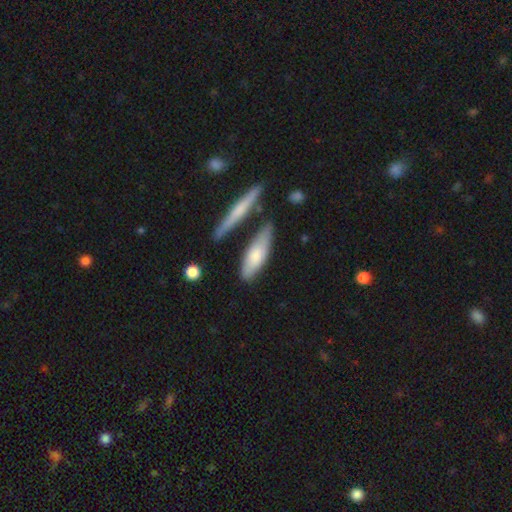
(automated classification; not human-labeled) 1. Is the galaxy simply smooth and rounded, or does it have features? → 71% smooth, 24% featured or disk, 5% star or artifact.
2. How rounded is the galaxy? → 54% in between, 43% cigar-shaped, 2% round.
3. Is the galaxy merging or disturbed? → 68% none, 19% minor disturbance, 9% merger, 5% major disturbance.